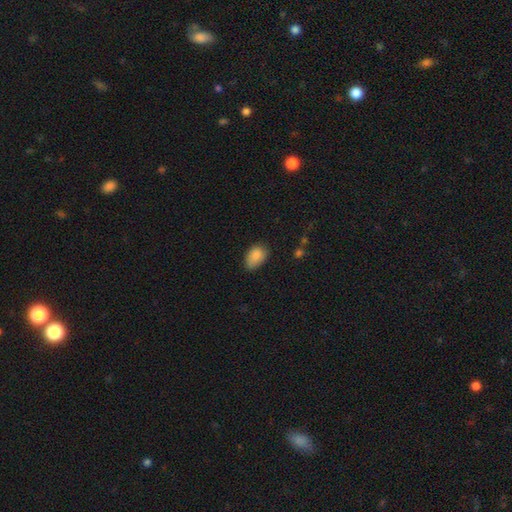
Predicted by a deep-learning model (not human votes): A smooth galaxy with no disk features (87%) that is in between round and cigar-shaped (84%).

Vote fractions:
- Smooth or featured? smooth: 87% / star or artifact: 8% / featured or disk: 5%
- How rounded? in between: 84% / round: 15% / cigar-shaped: 1%
- Merging? none: 64% / minor disturbance: 29% / major disturbance: 5% / merger: 2%